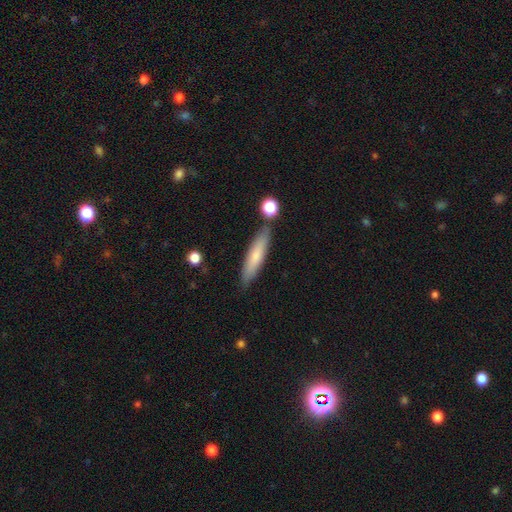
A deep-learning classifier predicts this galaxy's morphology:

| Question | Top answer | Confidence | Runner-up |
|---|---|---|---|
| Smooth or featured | smooth | 71% | featured or disk (24%) |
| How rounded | cigar-shaped | 82% | in between (16%) |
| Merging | none | 81% | minor disturbance (12%) |